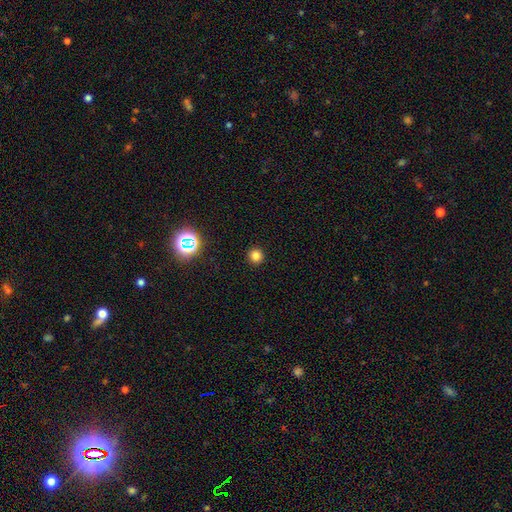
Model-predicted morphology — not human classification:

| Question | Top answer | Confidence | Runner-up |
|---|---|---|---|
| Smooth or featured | smooth | 79% | star or artifact (17%) |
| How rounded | round | 95% | in between (4%) |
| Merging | none | 93% | minor disturbance (4%) |